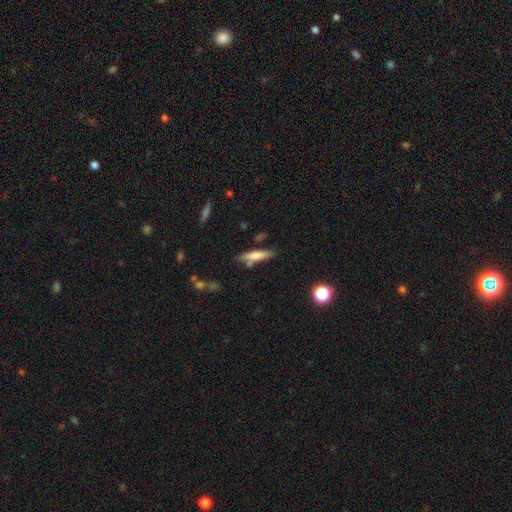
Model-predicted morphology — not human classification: A smooth galaxy with no disk features (66%) that is cigar-shaped (80%).

Vote fractions:
- Smooth or featured? smooth: 66% / featured or disk: 26% / star or artifact: 7%
- How rounded? cigar-shaped: 80% / in between: 18% / round: 2%
- Merging? none: 73% / minor disturbance: 15% / merger: 9% / major disturbance: 4%